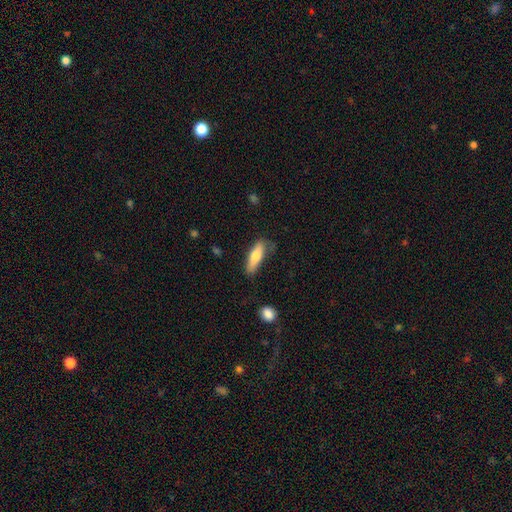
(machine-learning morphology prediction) smooth 69%, featured or disk 25%, star or artifact 6%. Down the decision tree: how rounded — cigar-shaped (55%); merging — none (68%).